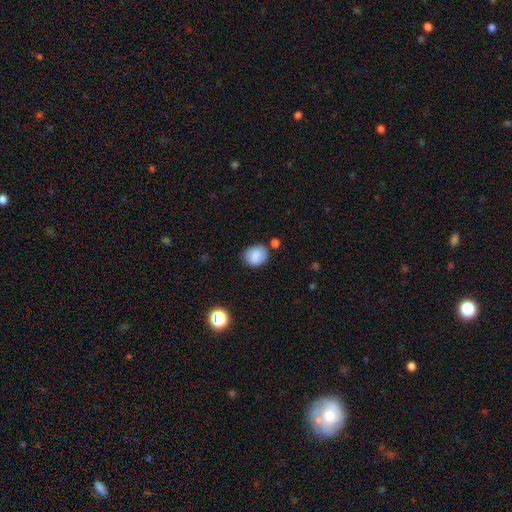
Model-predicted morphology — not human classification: Q: Smooth or featured?
A: smooth (84%); runner-up: star or artifact (9%)
Q: How rounded?
A: round (60%); runner-up: in between (39%)
Q: Merging?
A: none (73%); runner-up: minor disturbance (17%)